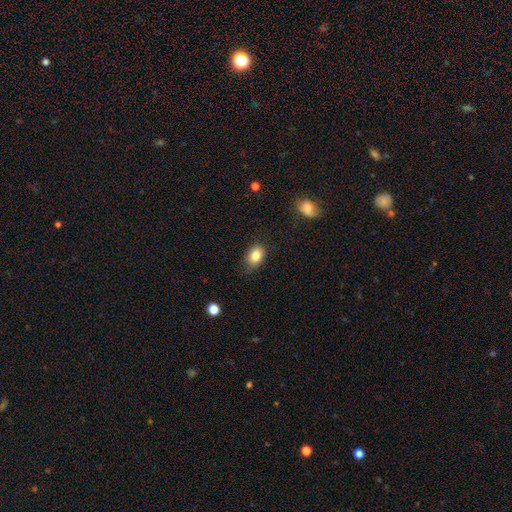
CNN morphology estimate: Smooth or featured? smooth (83%)
How rounded? in between (76%)
Merging? none (74%)